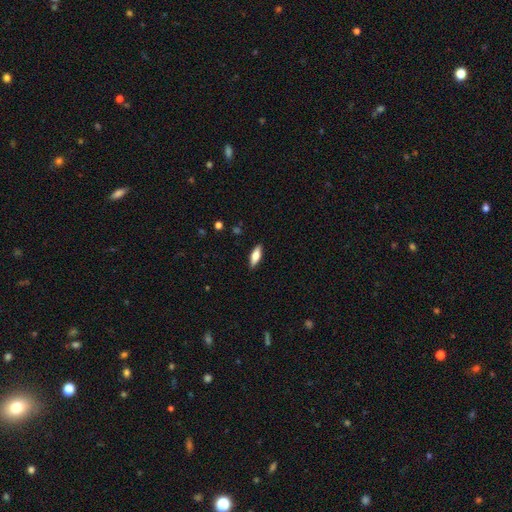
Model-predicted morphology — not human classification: A smooth galaxy with no disk features (71%) that is in between round and cigar-shaped (62%). Merging: none (89%).